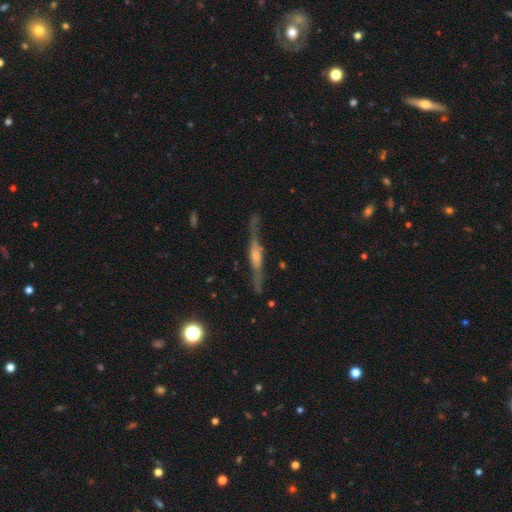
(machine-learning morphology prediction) Overall: featured or disk (79%). Edge-on disk: yes (93%). Edge-on bulge: rounded (62%; boxy 28%). Merging: none (74%).